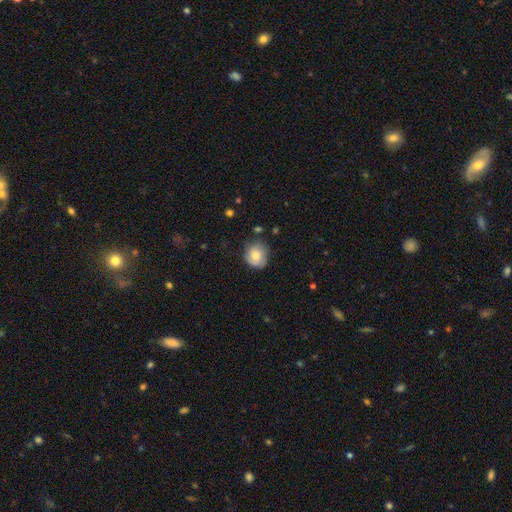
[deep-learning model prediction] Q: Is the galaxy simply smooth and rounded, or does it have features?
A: smooth — 72%.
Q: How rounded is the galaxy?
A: round — 84%.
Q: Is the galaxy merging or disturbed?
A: none — 70%.